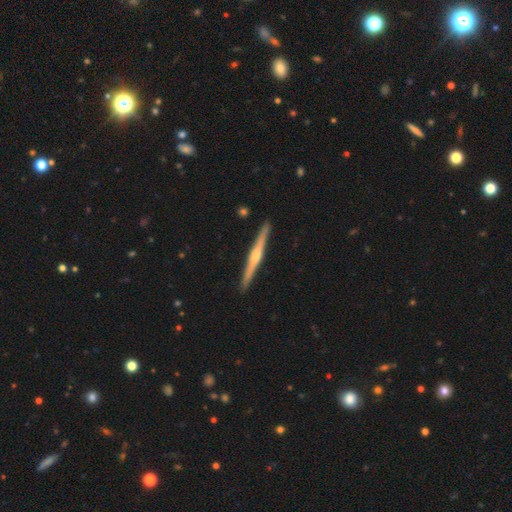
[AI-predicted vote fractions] A featured or disk galaxy (76%) viewed edge-on (98%) with a rounded central bulge (81%). Merging: none (92%).